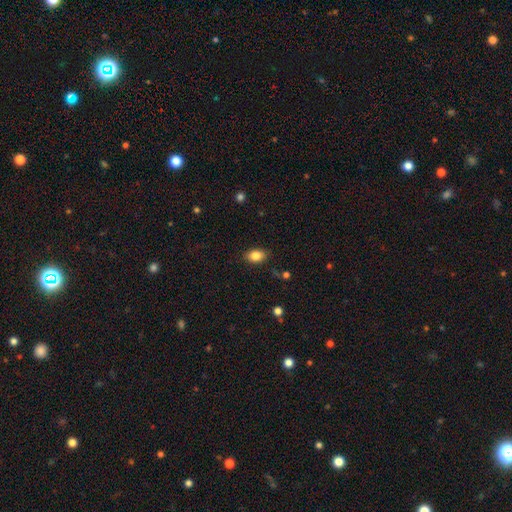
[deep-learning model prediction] Morphology: type=smooth (84%); roundness=in between (83%); merging=none (84%).